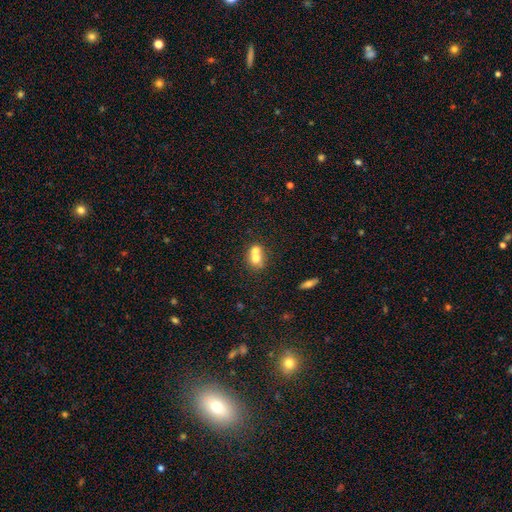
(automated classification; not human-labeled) smooth-or-featured: smooth: 66% | featured or disk: 24% | star or artifact: 10%
  how-rounded: round: 64% | in between: 35% | cigar-shaped: 1%
  merging: merger: 67% | none: 25% | minor disturbance: 6% | major disturbance: 2%